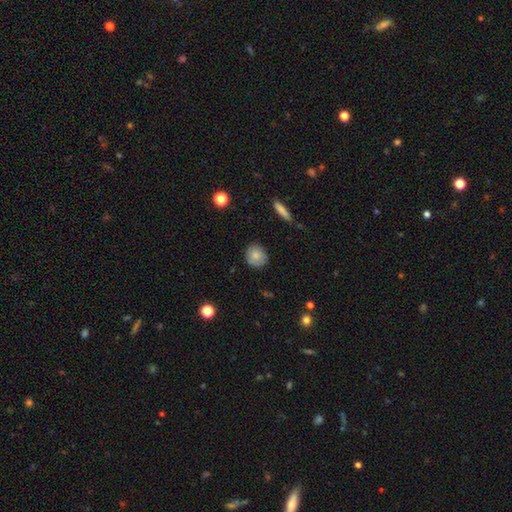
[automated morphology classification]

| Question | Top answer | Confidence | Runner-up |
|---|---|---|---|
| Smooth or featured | smooth | 81% | featured or disk (11%) |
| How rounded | round | 85% | in between (13%) |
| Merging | none | 85% | minor disturbance (12%) |